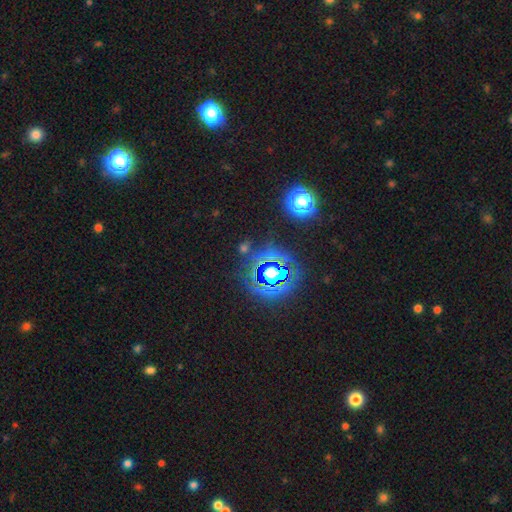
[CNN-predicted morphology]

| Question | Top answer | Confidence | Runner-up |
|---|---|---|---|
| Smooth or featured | star or artifact | 81% | smooth (13%) |